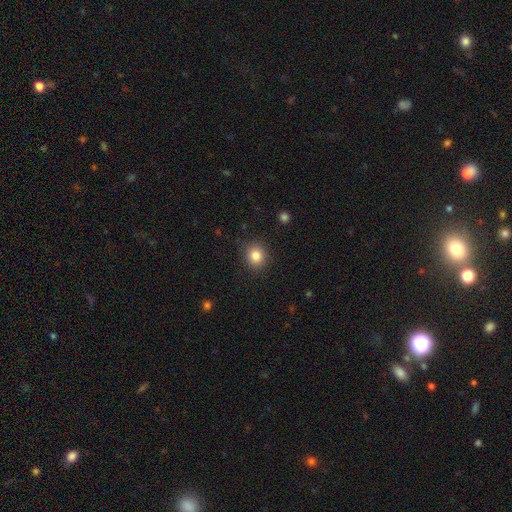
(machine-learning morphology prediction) This appears to be a smooth galaxy with no disk features (84%) that is round (82%). Merging: none (89%).